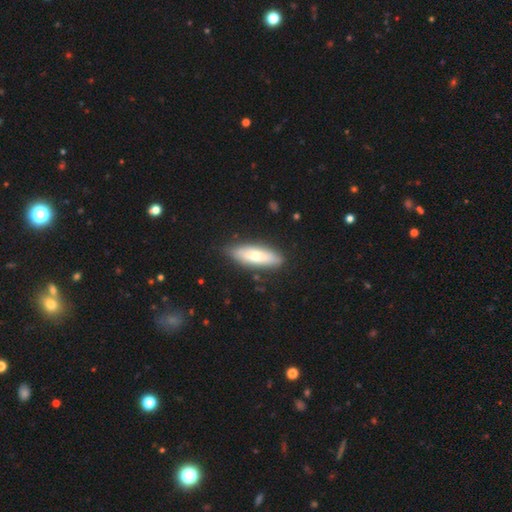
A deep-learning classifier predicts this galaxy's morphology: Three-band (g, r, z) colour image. It shows a smooth galaxy with no disk features (64%) that is in between round and cigar-shaped (52%). Merging: none (83%).